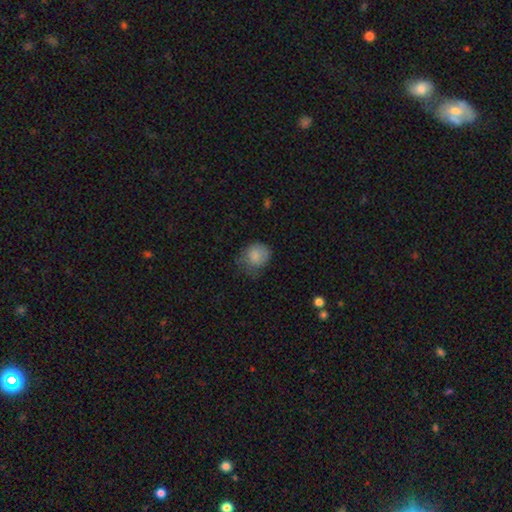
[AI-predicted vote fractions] A smooth galaxy with no disk features (83%) that is round (70%). Merging: none (45%).